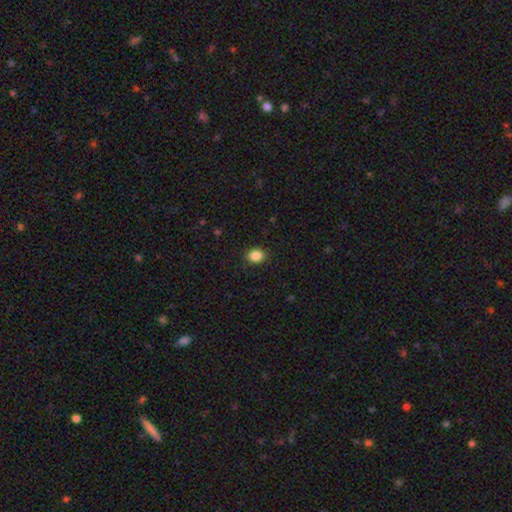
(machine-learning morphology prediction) Smooth or featured: smooth — 87% (star or artifact — 10%)
How rounded: in between — 50% (round — 49%)
Merging: none — 90% (minor disturbance — 7%)